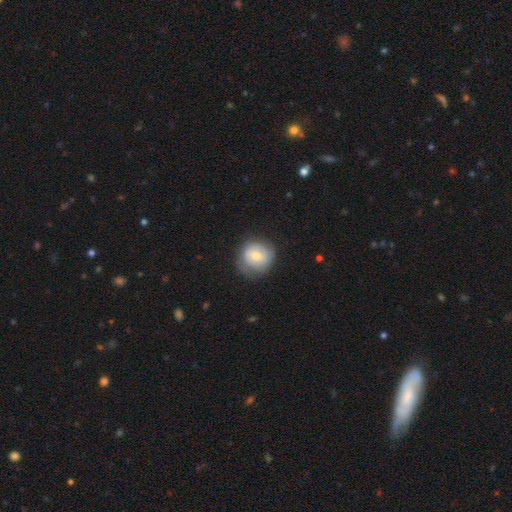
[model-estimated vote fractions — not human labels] Smooth or featured? smooth (64%)
How rounded? round (85%)
Merging? none (65%)